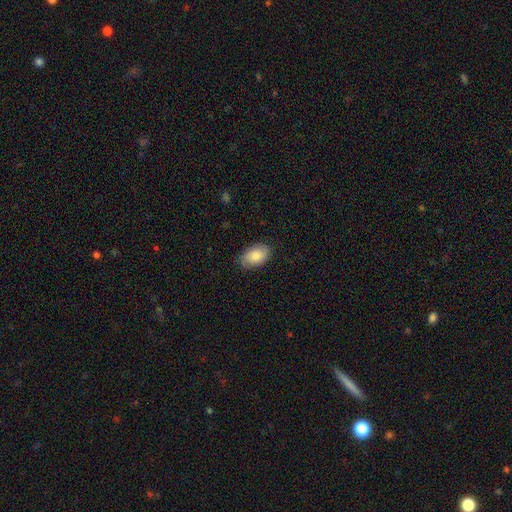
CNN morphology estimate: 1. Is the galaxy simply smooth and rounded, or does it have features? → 82% smooth, 12% featured or disk, 6% star or artifact.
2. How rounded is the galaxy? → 92% in between, 7% round, 1% cigar-shaped.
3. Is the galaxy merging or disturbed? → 79% none, 17% minor disturbance, 3% major disturbance, 1% merger.